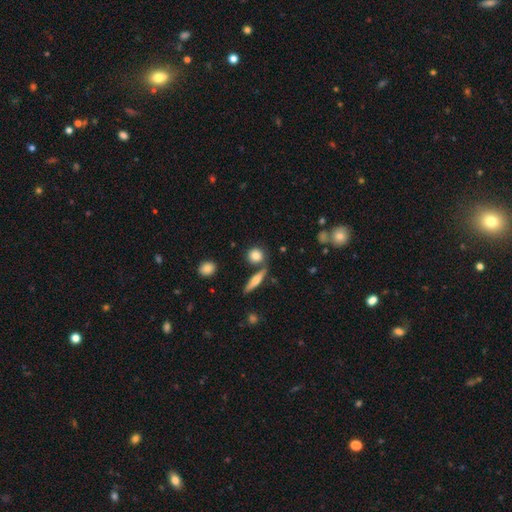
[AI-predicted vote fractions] Smooth or featured: smooth — 81% (featured or disk — 11%)
How rounded: round — 81% (in between — 14%)
Merging: none — 72% (merger — 15%)